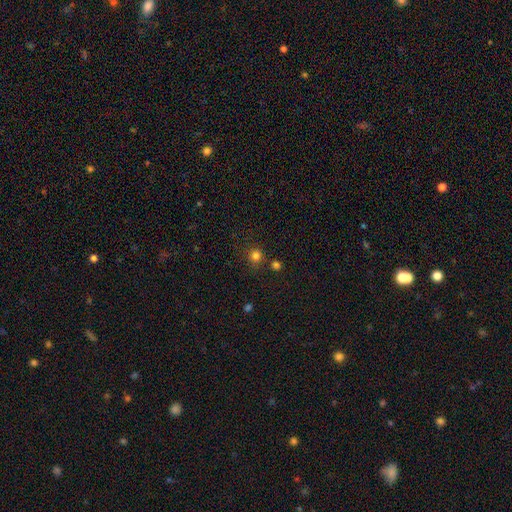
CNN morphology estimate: The model was most divided on "smooth or featured": smooth: 79%, star or artifact: 16%, featured or disk: 5%. More confident: how rounded — round (92%); merging — none (78%).